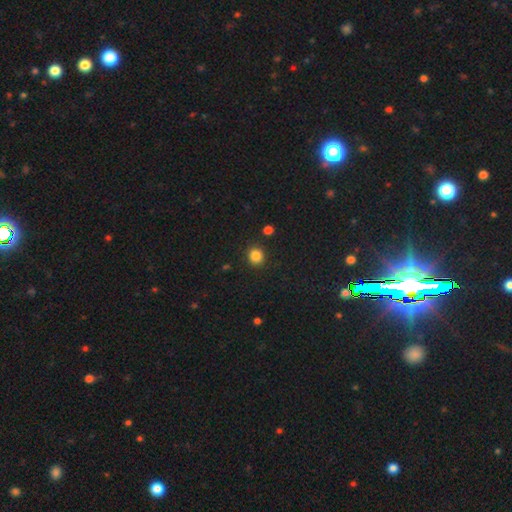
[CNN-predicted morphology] This is clearly a smooth galaxy (85%). How rounded: clearly round (86%). Merging: clearly none (89%).